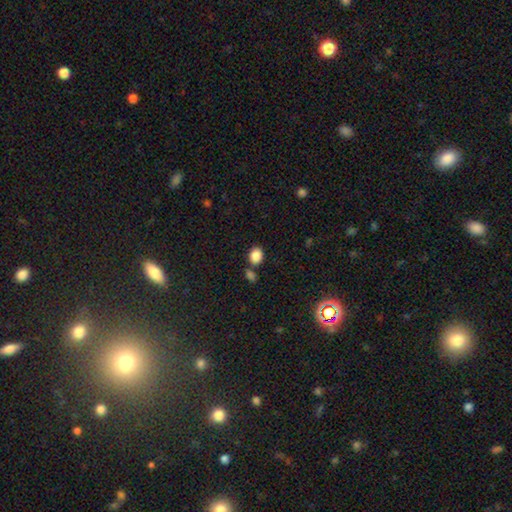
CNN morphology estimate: Q: Smooth or featured?
A: smooth (86%); runner-up: star or artifact (10%)
Q: How rounded?
A: in between (53%); runner-up: round (46%)
Q: Merging?
A: none (68%); runner-up: merger (18%)